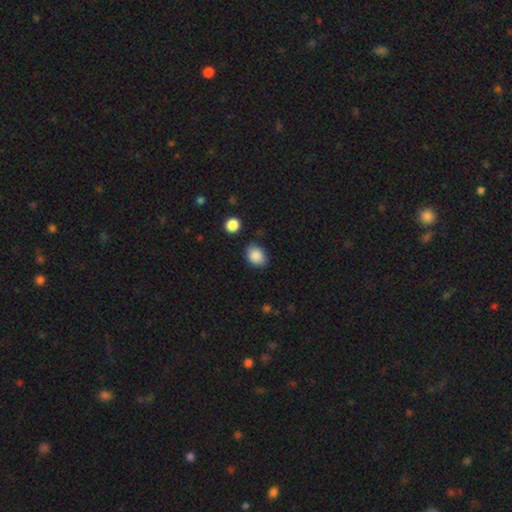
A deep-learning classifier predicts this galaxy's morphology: The model was most divided on "how rounded": in between: 70%, round: 29%, cigar-shaped: 1%. More confident: smooth or featured — smooth (88%); merging — none (78%).